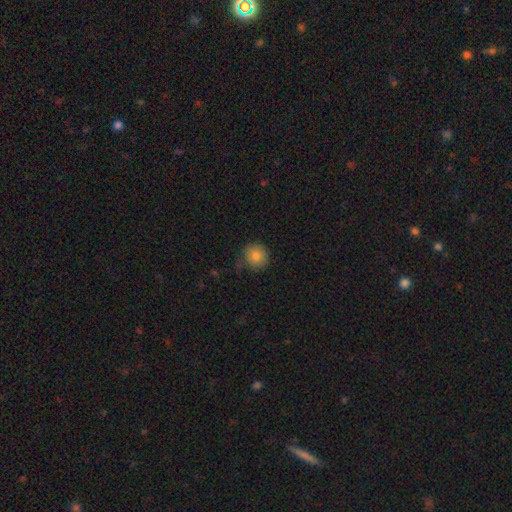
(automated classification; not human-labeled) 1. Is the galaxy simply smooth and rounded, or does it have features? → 82% smooth, 9% star or artifact, 8% featured or disk.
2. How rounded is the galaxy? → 91% round, 8% in between, 1% cigar-shaped.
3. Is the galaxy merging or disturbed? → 67% none, 24% minor disturbance, 7% major disturbance, 2% merger.